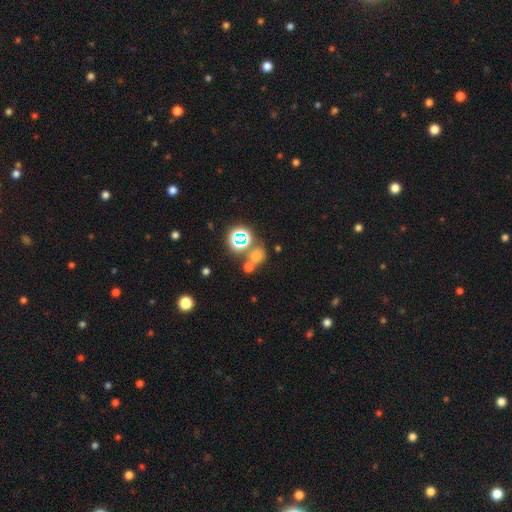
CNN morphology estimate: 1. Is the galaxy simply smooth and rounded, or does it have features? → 57% smooth, 35% star or artifact, 8% featured or disk.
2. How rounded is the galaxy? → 76% round, 23% in between, 1% cigar-shaped.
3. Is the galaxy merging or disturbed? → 56% none, 29% merger, 10% minor disturbance, 5% major disturbance.